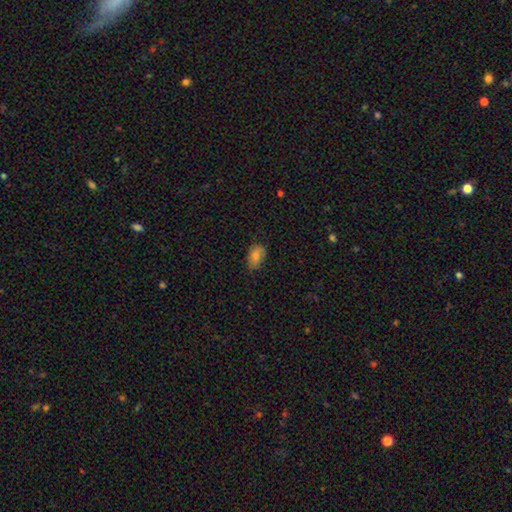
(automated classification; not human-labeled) smooth 74%, featured or disk 16%, star or artifact 11%. Down the decision tree: how rounded — in between (87%); merging — none (74%).